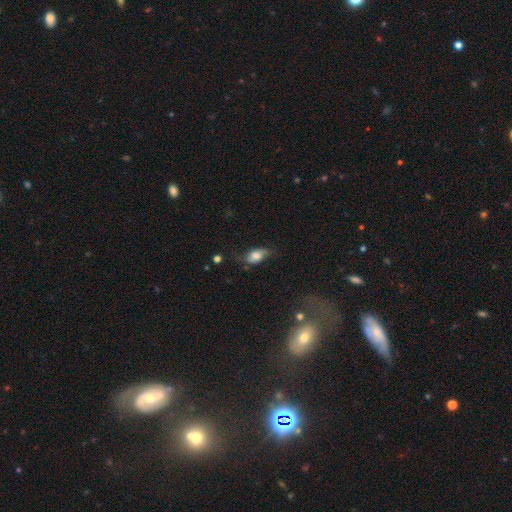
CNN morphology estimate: Overall: smooth (59%; featured or disk 32%). How rounded: in between (82%). Merging: none (56%; minor disturbance 29%).